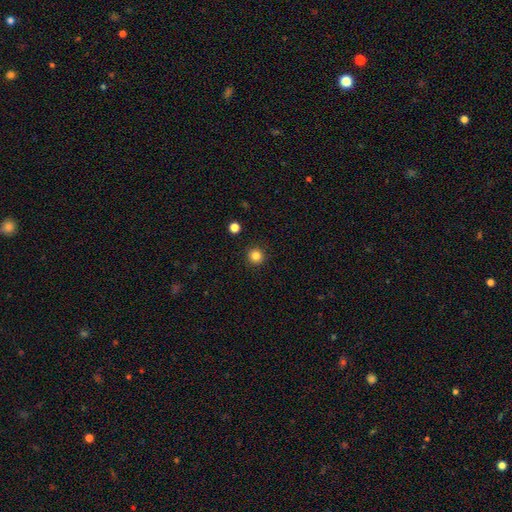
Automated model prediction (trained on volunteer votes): smooth-or-featured: smooth: 84% | star or artifact: 12% | featured or disk: 4%
  how-rounded: round: 95% | in between: 4% | cigar-shaped: 1%
  merging: none: 92% | minor disturbance: 5% | major disturbance: 2% | merger: 1%